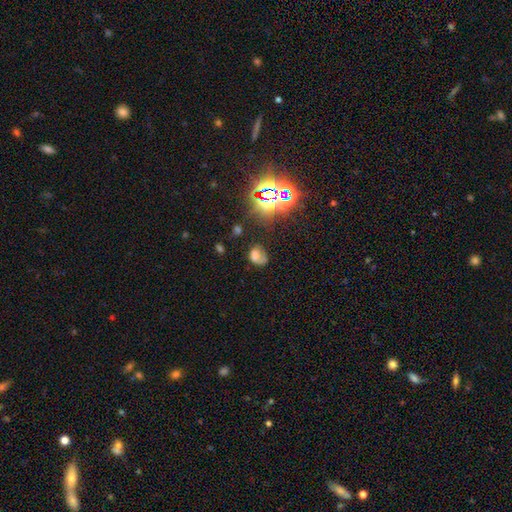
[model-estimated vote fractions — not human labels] smooth-or-featured: smooth: 54% | star or artifact: 23% | featured or disk: 23%
  how-rounded: in between: 69% | round: 30% | cigar-shaped: 1%
  merging: none: 43% | minor disturbance: 27% | major disturbance: 21% | merger: 9%